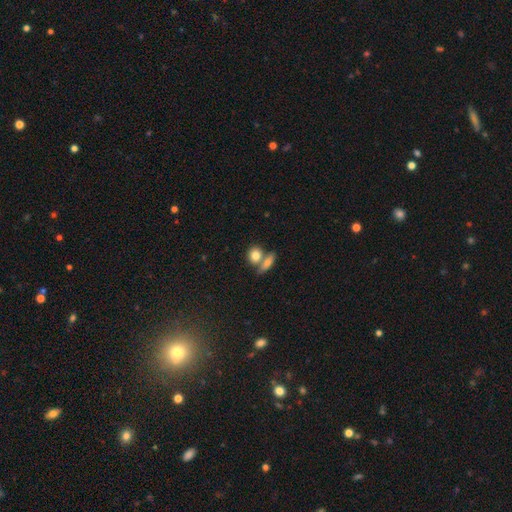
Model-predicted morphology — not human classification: smooth-or-featured: smooth: 80% | featured or disk: 12% | star or artifact: 8%
  how-rounded: round: 53% | in between: 43% | cigar-shaped: 4%
  merging: none: 44% (tied) | merger: 44% (tied) | minor disturbance: 9% | major disturbance: 3%